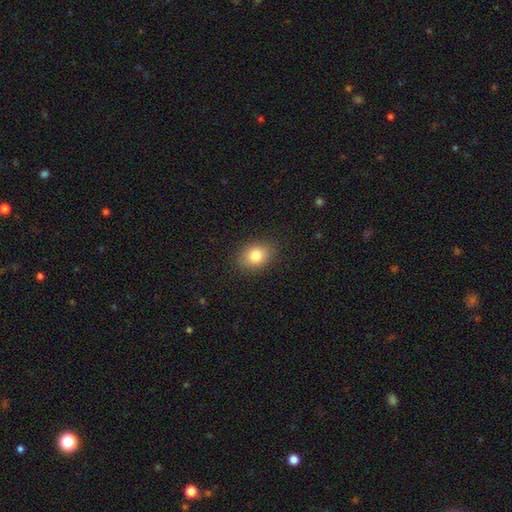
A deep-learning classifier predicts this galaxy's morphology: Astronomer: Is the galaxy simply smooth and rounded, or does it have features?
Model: smooth — 82%.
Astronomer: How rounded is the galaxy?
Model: in between — 62% (runner-up: round, 37%).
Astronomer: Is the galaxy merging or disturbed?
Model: none — 87%.